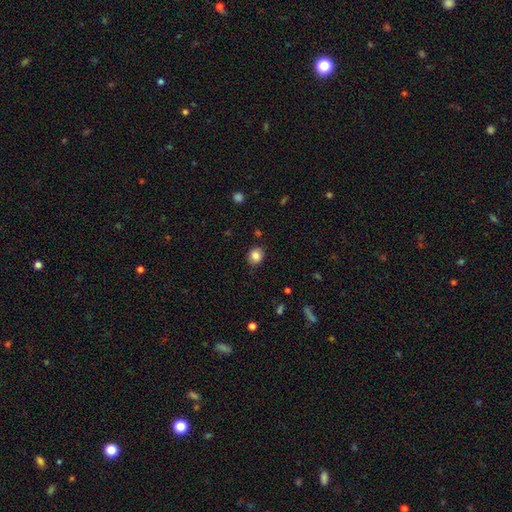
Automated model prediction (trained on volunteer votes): Morphology: type=smooth (84%); roundness=round (69%); merging=none (87%).